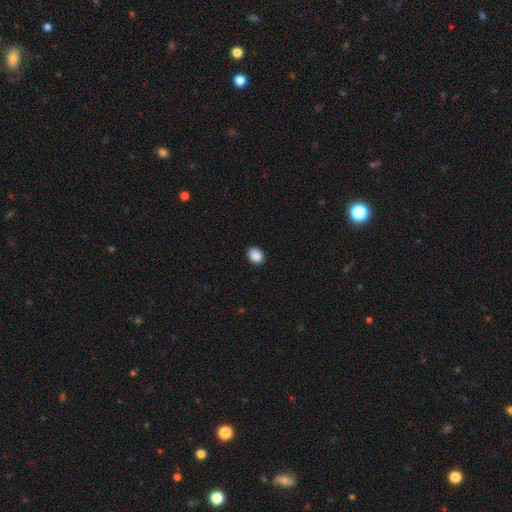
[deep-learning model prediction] Morphology: type=smooth (89%); roundness=in between (54%); merging=none (87%).